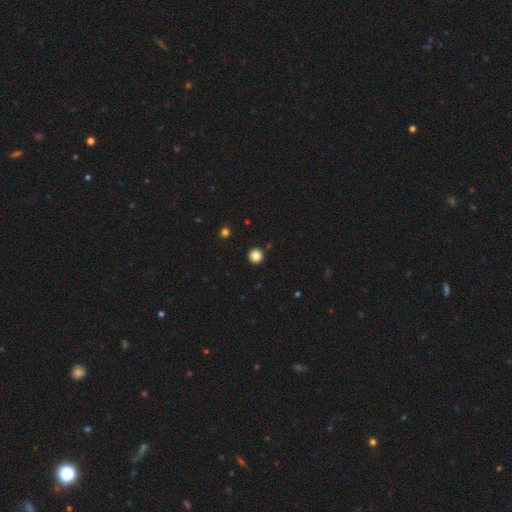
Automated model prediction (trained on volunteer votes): Smooth or featured: smooth — 85% (star or artifact — 11%)
How rounded: round — 96% (in between — 3%)
Merging: none — 93% (minor disturbance — 4%)